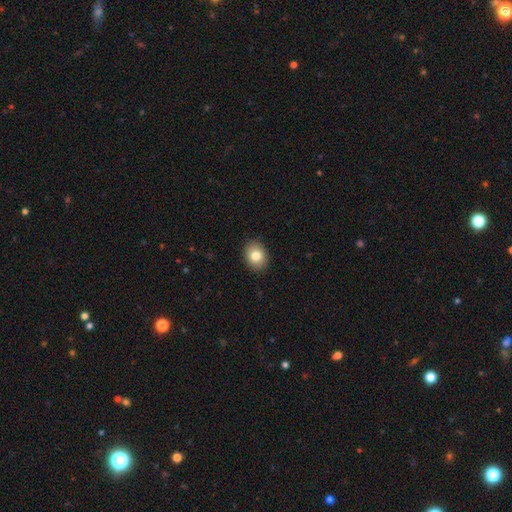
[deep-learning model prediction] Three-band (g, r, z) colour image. It shows a smooth galaxy with no disk features (82%) that is in between round and cigar-shaped (52%). Merging: none (90%).